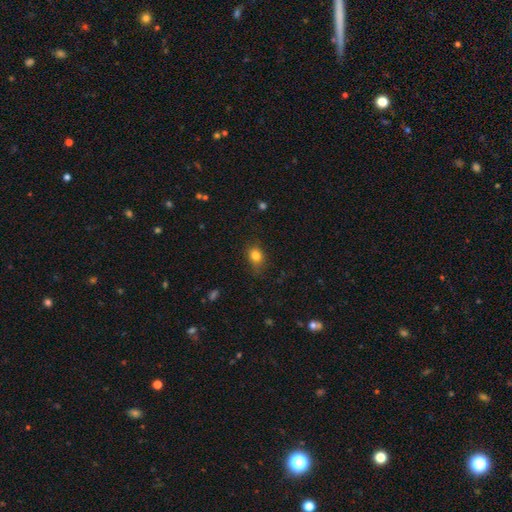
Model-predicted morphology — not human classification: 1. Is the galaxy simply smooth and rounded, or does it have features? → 82% smooth, 11% star or artifact, 7% featured or disk.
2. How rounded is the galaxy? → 50% round, 49% in between, 1% cigar-shaped.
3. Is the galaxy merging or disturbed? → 72% none, 21% minor disturbance, 6% major disturbance, 1% merger.